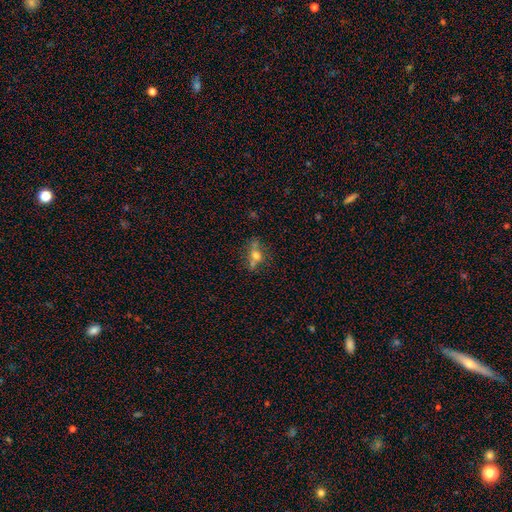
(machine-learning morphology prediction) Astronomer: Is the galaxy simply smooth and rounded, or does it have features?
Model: smooth — 52% (runner-up: featured or disk, 31%).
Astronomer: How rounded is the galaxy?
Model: in between — 55% (runner-up: round, 36%).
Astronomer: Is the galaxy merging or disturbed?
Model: none — 53%.